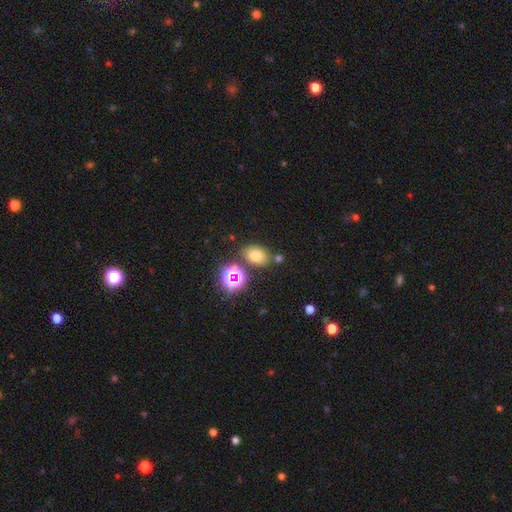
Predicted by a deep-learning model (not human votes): Overall: smooth (69%). How rounded: in between (71%). Merging: none (75%).